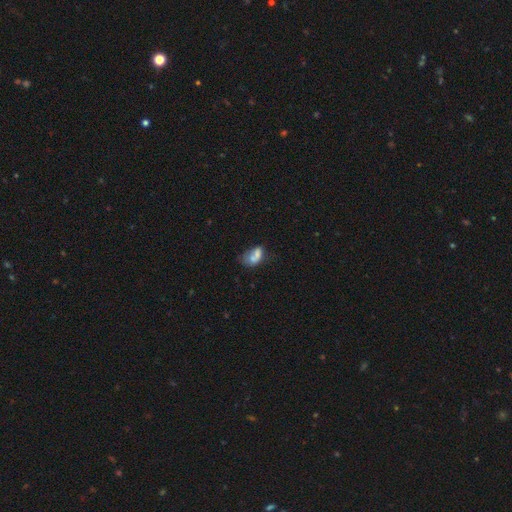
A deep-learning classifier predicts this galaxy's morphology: The model was most divided on "merging": merger: 37%, none: 24%, major disturbance: 20%, minor disturbance: 19%. More confident: how rounded — in between (83%); smooth or featured — smooth (64%).